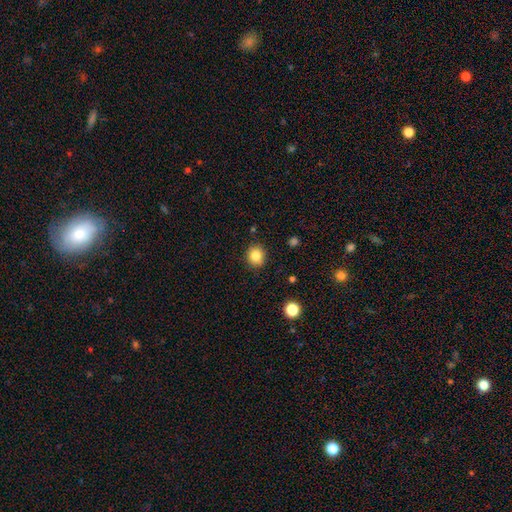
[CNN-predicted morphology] Smooth or featured?
  - smooth: 84% *
  - star or artifact: 10%
  - featured or disk: 5%
How rounded?
  - round: 82% *
  - in between: 17%
  - cigar-shaped: 1%
Merging?
  - none: 88% *
  - minor disturbance: 8%
  - major disturbance: 2%
  - merger: 2%